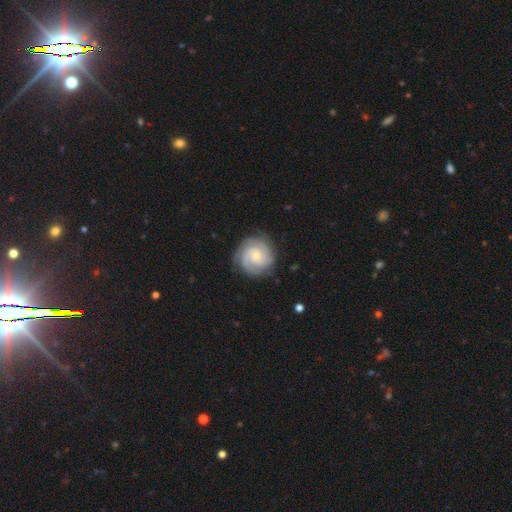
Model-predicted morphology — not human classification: smooth_or_featured: featured or disk (p=0.85) [alt: smooth p=0.10]
disk_edge_on: no (p=0.98) [alt: yes p=0.02]
bar: no (p=0.71) [alt: weak p=0.25]
has_spiral_arms: yes (p=0.98) [alt: no p=0.02]
spiral_winding: tight (p=0.69) [alt: medium p=0.27]
spiral_arm_count: 2 (p=0.35) [tied with: 3 p=0.35]
bulge_size: small (p=0.62) [alt: moderate p=0.34]
merging: none (p=0.83) [alt: minor disturbance p=0.13]